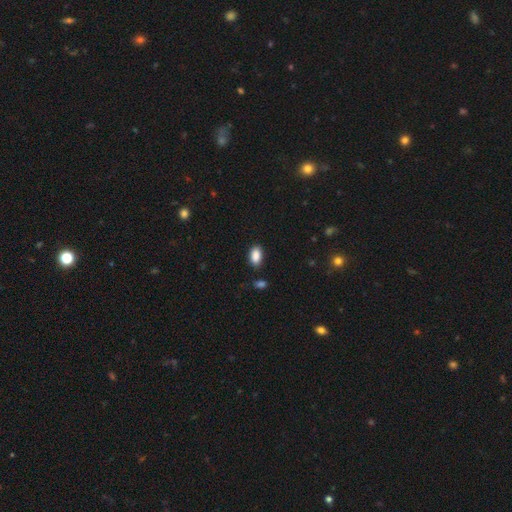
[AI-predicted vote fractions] Smooth or featured: smooth — 89% (star or artifact — 8%)
How rounded: in between — 91% (round — 6%)
Merging: none — 83% (minor disturbance — 12%)